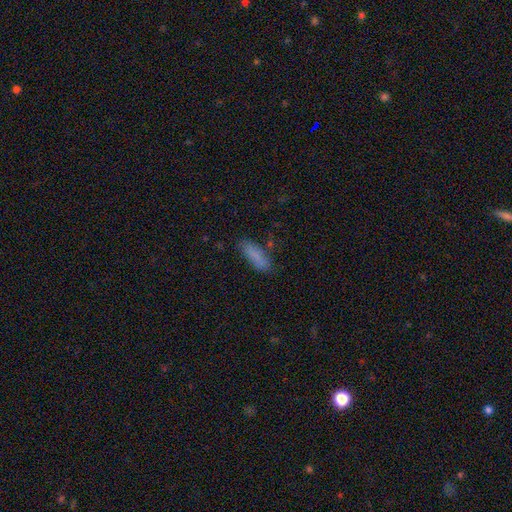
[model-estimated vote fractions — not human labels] This appears to be a smooth galaxy with no disk features (83%) that is in between round and cigar-shaped (51%). Merging: none (76%).